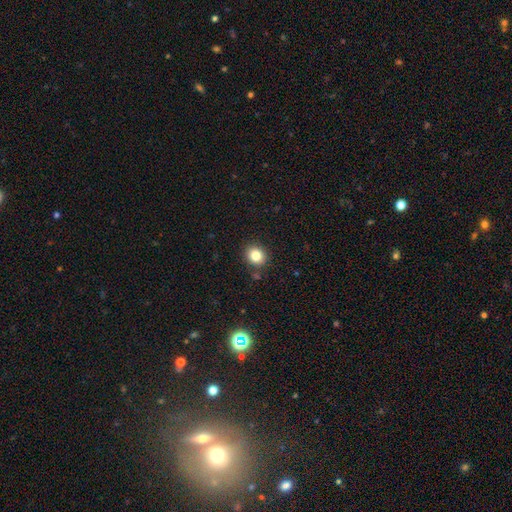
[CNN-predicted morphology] type=smooth (83%); roundness=round (76%); merging=none (87%).